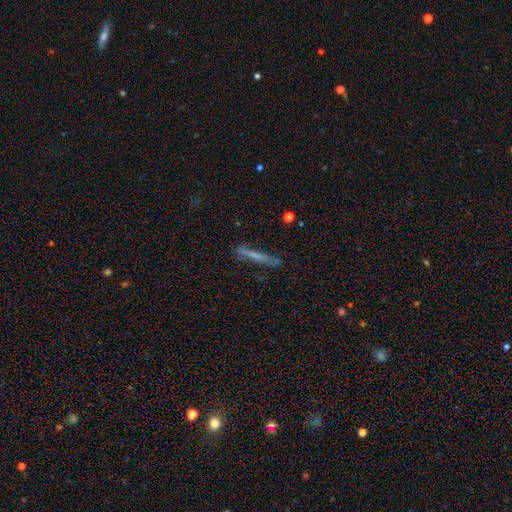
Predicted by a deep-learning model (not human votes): This appears to be a smooth galaxy with no disk features (51%) that is cigar-shaped (94%). Merging: none (74%).